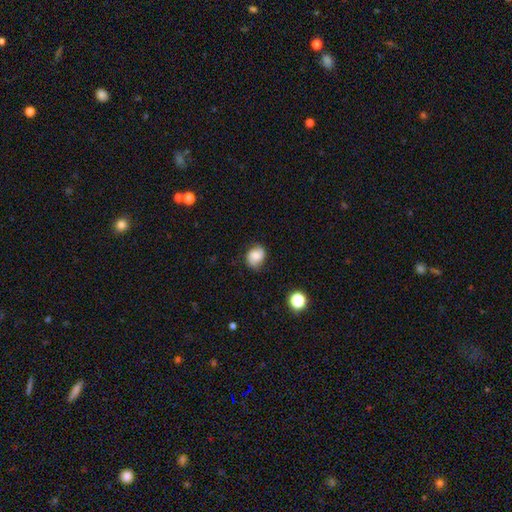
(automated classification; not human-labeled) Overall: smooth (50%; featured or disk 40%). Merging: none (72%).